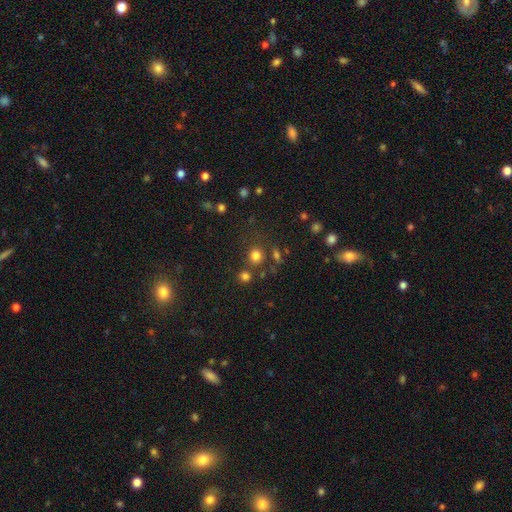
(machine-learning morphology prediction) The model was most divided on "smooth or featured": smooth: 77%, star or artifact: 17%, featured or disk: 6%. More confident: how rounded — round (84%); merging — none (76%).